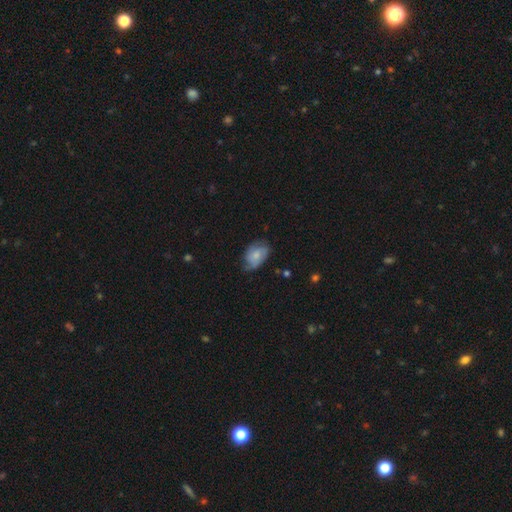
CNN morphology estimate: A smooth galaxy with no disk features (55%) that is in between round and cigar-shaped (84%).

Vote fractions:
- Smooth or featured? smooth: 55% / featured or disk: 38% / star or artifact: 7%
- How rounded? in between: 84% / round: 14% / cigar-shaped: 1%
- Merging? none: 58% / minor disturbance: 31% / major disturbance: 9% / merger: 1%